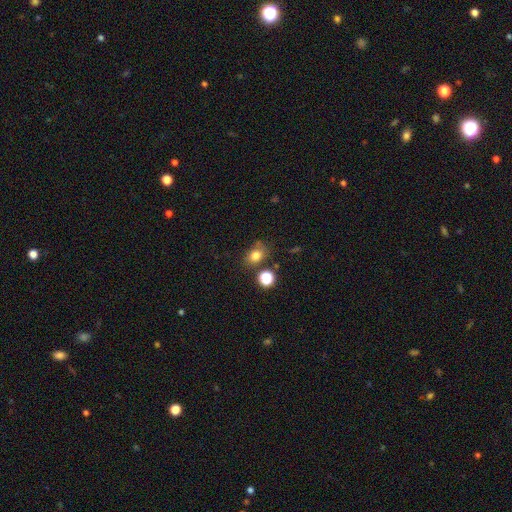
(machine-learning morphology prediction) Overall: smooth (77%). How rounded: in between (57%; round 42%). Merging: none (66%).